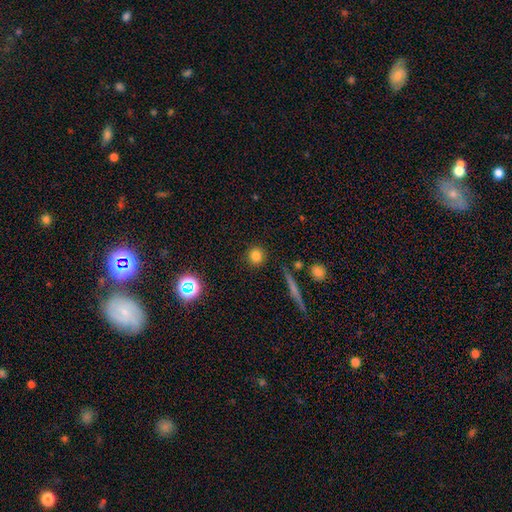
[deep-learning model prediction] Smooth or featured? smooth (81%)
How rounded? round (91%)
Merging? none (90%)